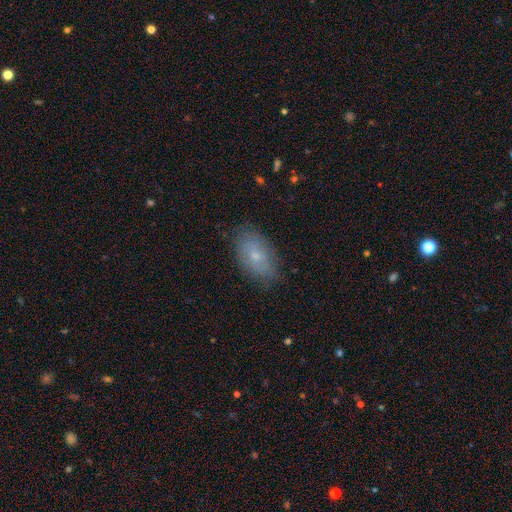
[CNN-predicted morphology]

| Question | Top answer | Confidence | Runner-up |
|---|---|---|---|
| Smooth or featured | smooth | 66% | featured or disk (26%) |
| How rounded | in between | 91% | round (7%) |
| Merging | none | 80% | minor disturbance (15%) |